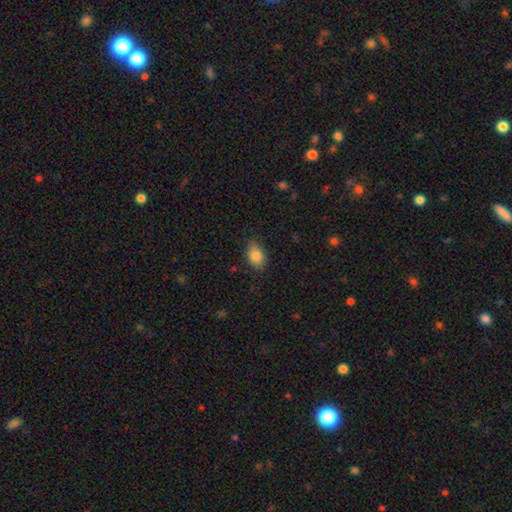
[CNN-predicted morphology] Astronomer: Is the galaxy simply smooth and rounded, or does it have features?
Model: smooth — 84%.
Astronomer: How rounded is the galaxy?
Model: in between — 84%.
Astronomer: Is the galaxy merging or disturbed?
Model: none — 80%.